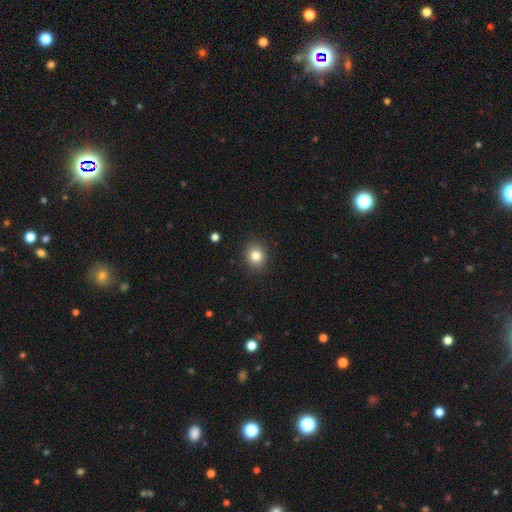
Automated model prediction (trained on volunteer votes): Smooth or featured? Predicted: smooth (p=0.81). How rounded? Predicted: round (p=0.81). Merging? Predicted: none (p=0.90).